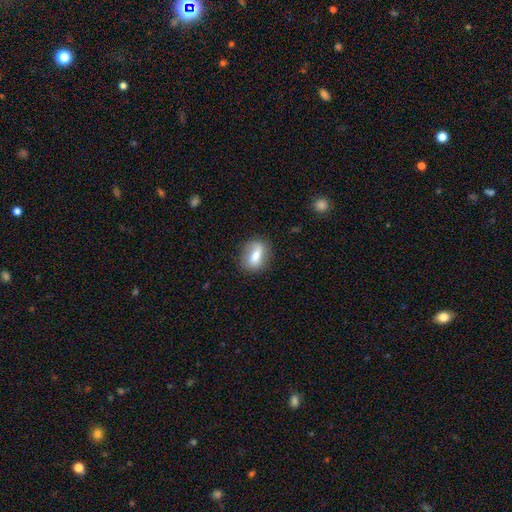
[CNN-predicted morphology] A smooth galaxy with no disk features (66%) that is in between round and cigar-shaped (69%).

Vote fractions:
- Smooth or featured? smooth: 66% / featured or disk: 26% / star or artifact: 8%
- How rounded? in between: 69% / round: 26% / cigar-shaped: 5%
- Merging? none: 71% / minor disturbance: 21% / major disturbance: 7% / merger: 2%